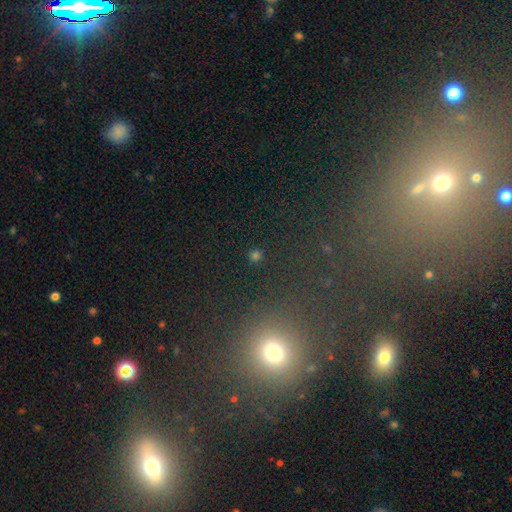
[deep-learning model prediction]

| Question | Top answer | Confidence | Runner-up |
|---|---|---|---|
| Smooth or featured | smooth | 58% | star or artifact (36%) |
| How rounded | round | 86% | in between (12%) |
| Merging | none | 87% | minor disturbance (6%) |